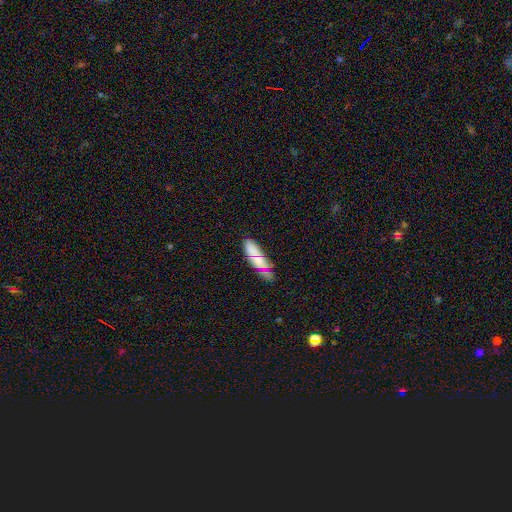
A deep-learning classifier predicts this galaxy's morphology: smooth 58%, featured or disk 31%, star or artifact 12%. Down the decision tree: how rounded — cigar-shaped (58%); merging — none (61%).